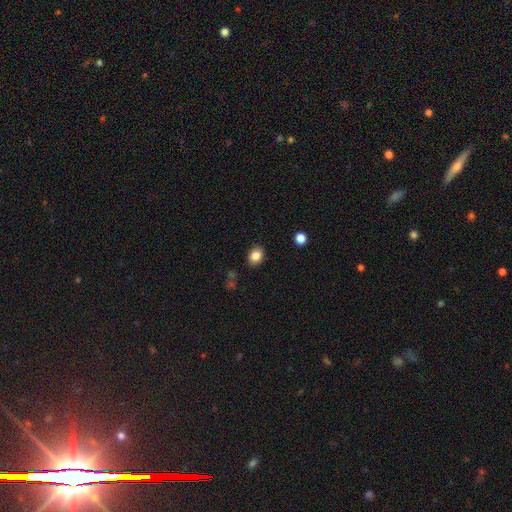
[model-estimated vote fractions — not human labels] Smooth or featured? smooth (85%)
How rounded? in between (51%)
Merging? none (87%)